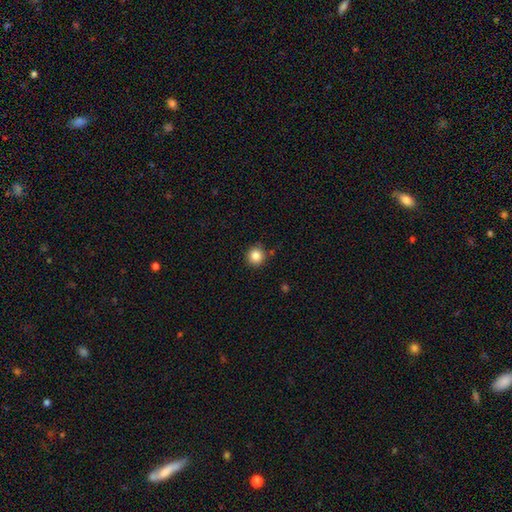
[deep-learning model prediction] This appears to be a smooth galaxy with no disk features (85%) that is round (94%). Merging: none (88%).